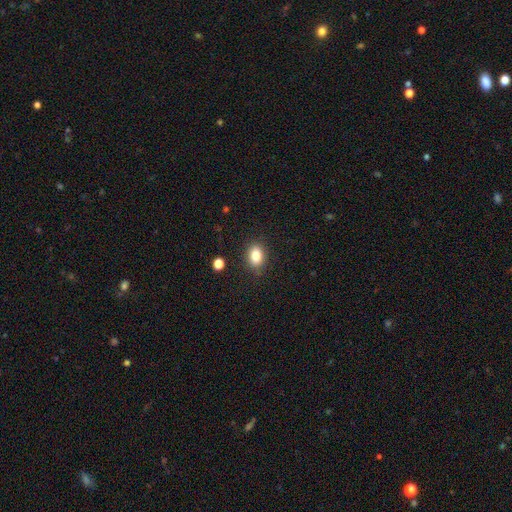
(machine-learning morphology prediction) A smooth galaxy with no disk features (84%) that is in between round and cigar-shaped (71%).

Vote fractions:
- Smooth or featured? smooth: 84% / star or artifact: 10% / featured or disk: 6%
- How rounded? in between: 71% / round: 27% / cigar-shaped: 1%
- Merging? none: 85% / minor disturbance: 10% / major disturbance: 3% / merger: 2%